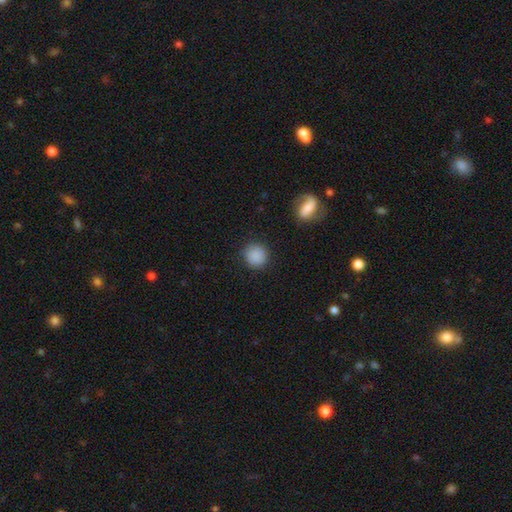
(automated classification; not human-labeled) Smooth or featured? smooth (87%)
How rounded? round (91%)
Merging? none (87%)